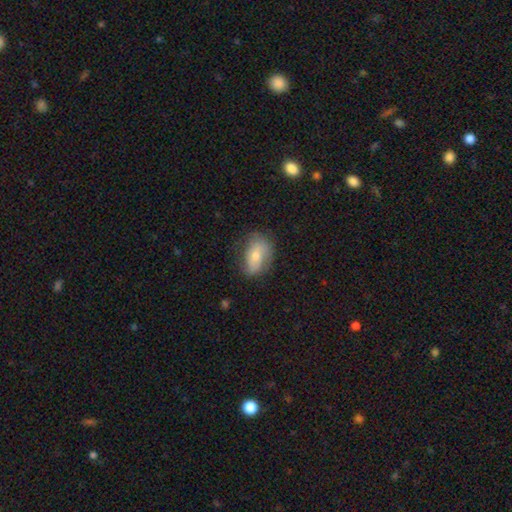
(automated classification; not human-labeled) Morphology: type=smooth (63%); roundness=in between (86%); merging=none (65%).